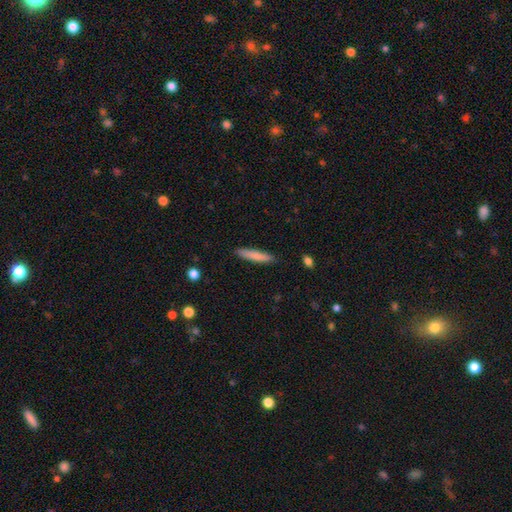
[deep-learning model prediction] Smooth or featured: smooth — 80% (featured or disk — 15%)
How rounded: cigar-shaped — 91% (in between — 8%)
Merging: none — 89% (minor disturbance — 8%)